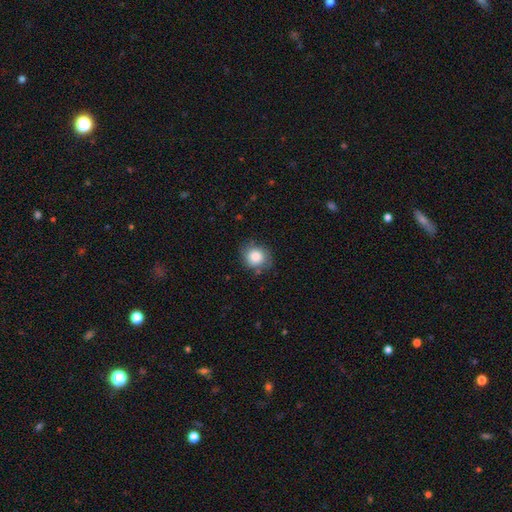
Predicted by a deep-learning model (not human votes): Q: Smooth or featured?
A: smooth (85%); runner-up: star or artifact (8%)
Q: How rounded?
A: round (83%); runner-up: in between (16%)
Q: Merging?
A: none (77%); runner-up: minor disturbance (17%)